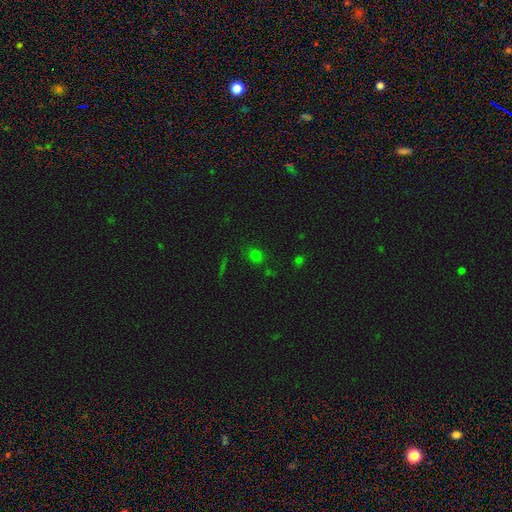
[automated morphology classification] This appears to be a smooth galaxy with no disk features (68%) that is round (79%). Merging: none (81%).